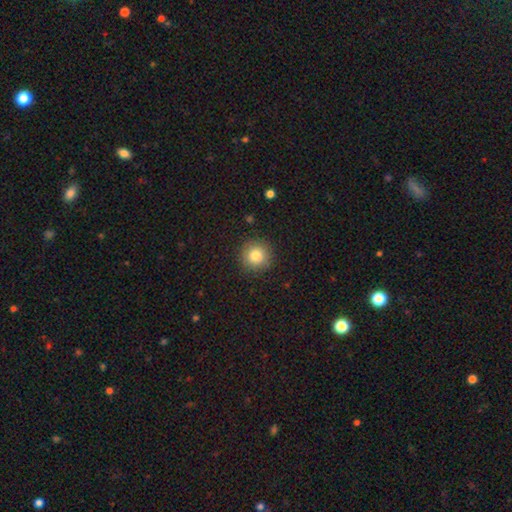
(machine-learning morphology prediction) The model was most divided on "smooth or featured": smooth: 82%, star or artifact: 10%, featured or disk: 7%. More confident: how rounded — round (94%); merging — none (90%).